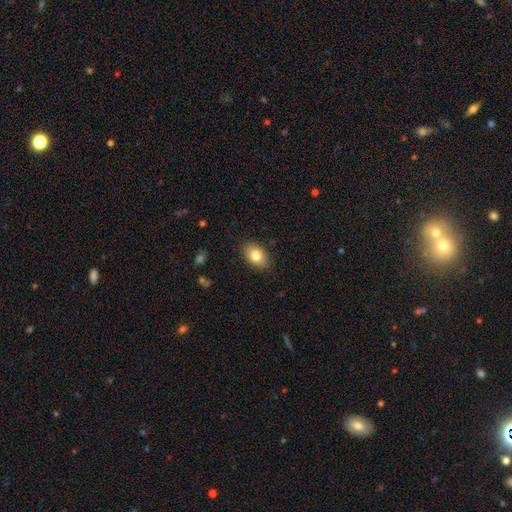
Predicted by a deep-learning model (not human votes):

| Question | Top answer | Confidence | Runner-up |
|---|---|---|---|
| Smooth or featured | smooth | 81% | featured or disk (11%) |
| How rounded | in between | 85% | round (13%) |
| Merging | none | 88% | minor disturbance (9%) |